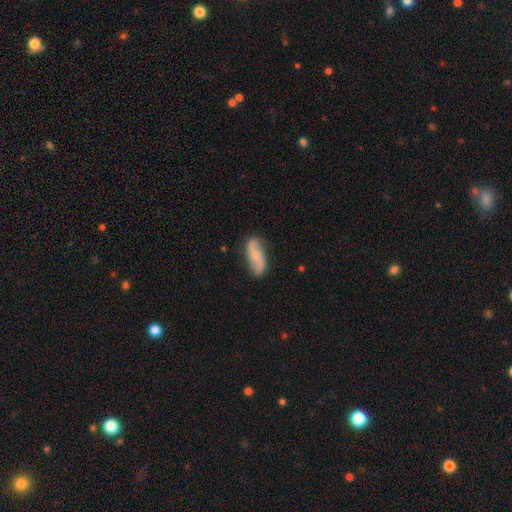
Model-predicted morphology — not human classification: Q: Smooth or featured?
A: featured or disk (49%); runner-up: smooth (45%)
Q: Merging?
A: none (76%); runner-up: minor disturbance (18%)